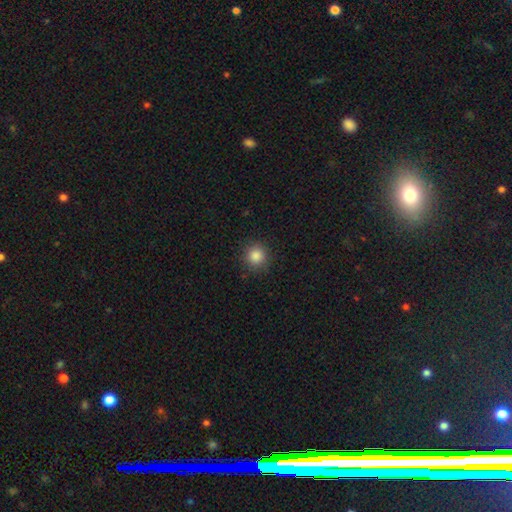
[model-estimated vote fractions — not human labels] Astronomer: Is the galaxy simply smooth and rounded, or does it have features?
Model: smooth — 86%.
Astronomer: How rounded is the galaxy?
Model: round — 93%.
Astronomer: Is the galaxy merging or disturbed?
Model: none — 90%.